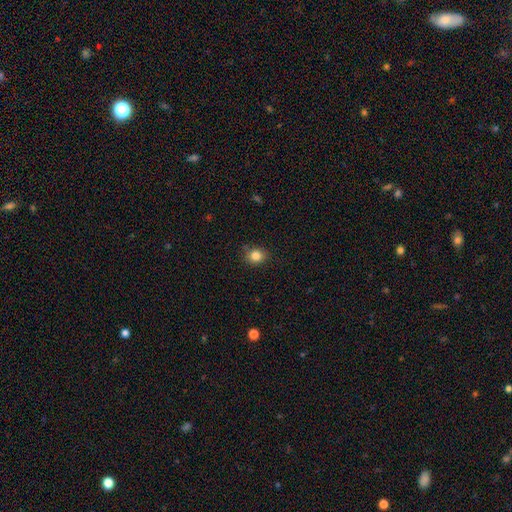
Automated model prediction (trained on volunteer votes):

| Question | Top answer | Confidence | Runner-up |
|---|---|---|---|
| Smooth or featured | smooth | 84% | star or artifact (11%) |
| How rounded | round | 74% | in between (25%) |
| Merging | none | 83% | minor disturbance (13%) |